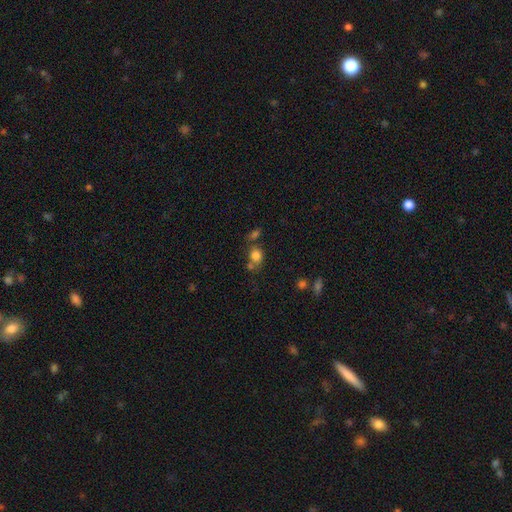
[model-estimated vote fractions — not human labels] This is clearly a smooth galaxy (80%). How rounded: likely round (68%). Merging: possibly none (57%).